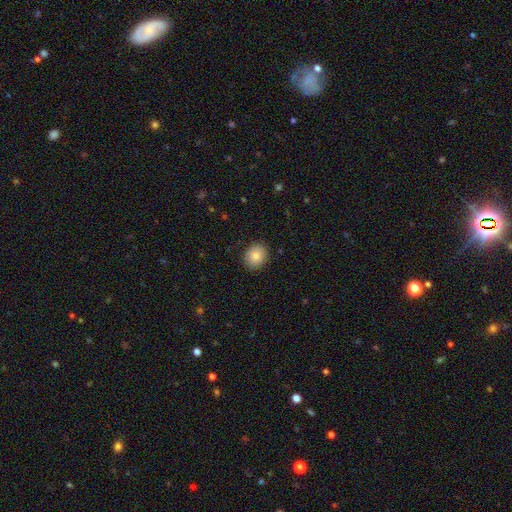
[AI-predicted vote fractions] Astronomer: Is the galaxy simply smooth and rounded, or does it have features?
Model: smooth — 85%.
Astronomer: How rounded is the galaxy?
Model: round — 67%.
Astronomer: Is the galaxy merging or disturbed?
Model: none — 89%.